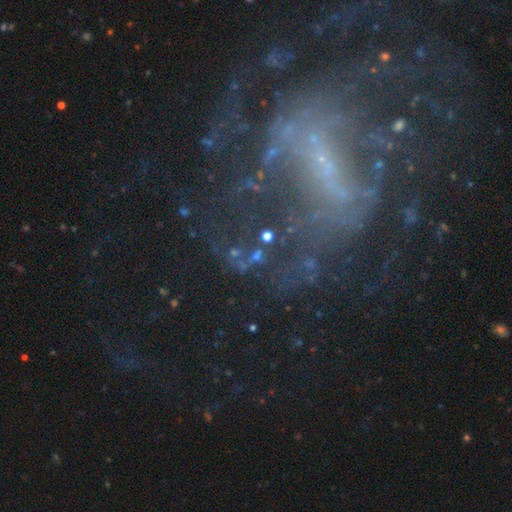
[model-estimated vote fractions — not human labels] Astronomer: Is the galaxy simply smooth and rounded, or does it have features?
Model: featured or disk — 45% (runner-up: star or artifact, 39%).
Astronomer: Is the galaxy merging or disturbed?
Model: none — 56%.